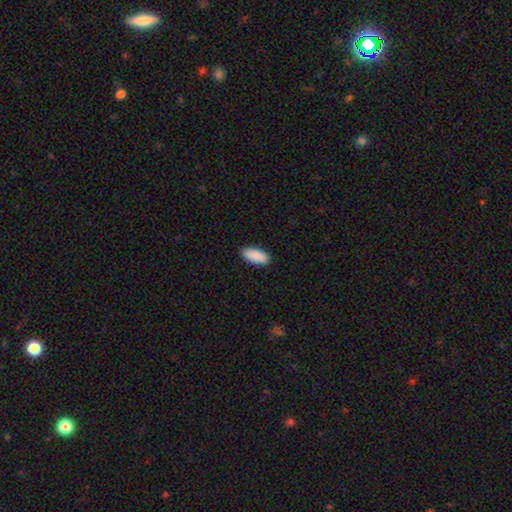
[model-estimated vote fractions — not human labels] Smooth or featured? Predicted: smooth (p=0.91). How rounded? Predicted: in between (p=0.91). Merging? Predicted: none (p=0.91).